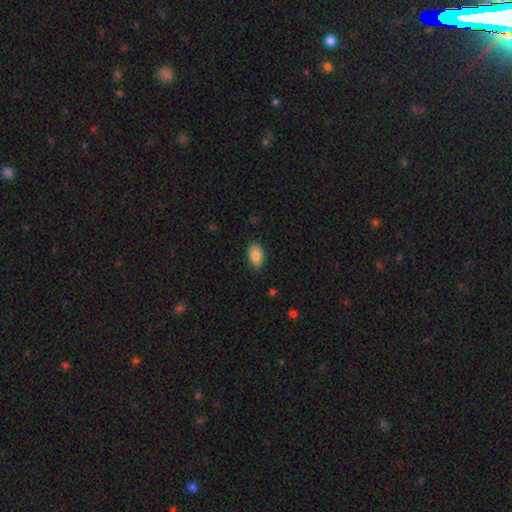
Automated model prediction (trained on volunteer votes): The model was most divided on "smooth or featured": smooth: 84%, featured or disk: 9%, star or artifact: 7%. More confident: how rounded — in between (93%); merging — none (86%).